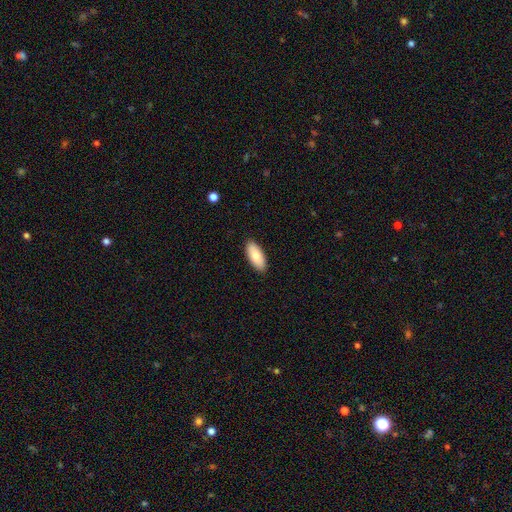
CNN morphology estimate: Smooth or featured? smooth (83%)
How rounded? in between (87%)
Merging? none (90%)